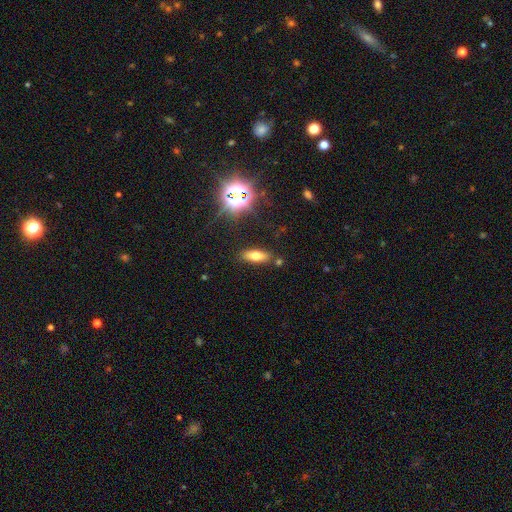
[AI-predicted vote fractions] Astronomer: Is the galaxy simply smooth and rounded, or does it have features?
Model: smooth — 62%.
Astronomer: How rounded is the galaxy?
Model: in between — 69%.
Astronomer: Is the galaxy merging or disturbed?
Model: none — 84%.